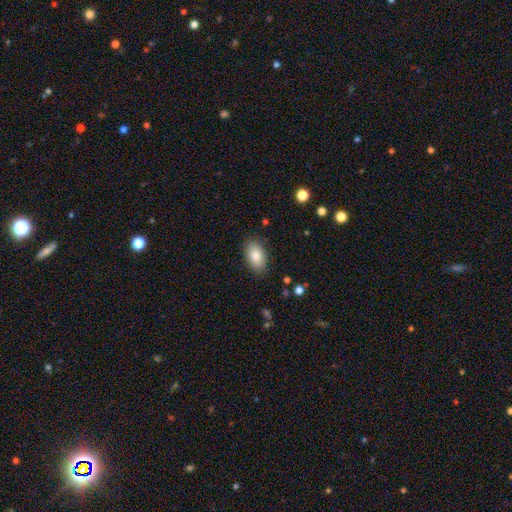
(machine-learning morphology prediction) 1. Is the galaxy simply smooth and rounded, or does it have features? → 83% smooth, 10% featured or disk, 7% star or artifact.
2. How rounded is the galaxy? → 93% in between, 6% round, 2% cigar-shaped.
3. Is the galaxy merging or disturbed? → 86% none, 10% minor disturbance, 3% major disturbance, 1% merger.